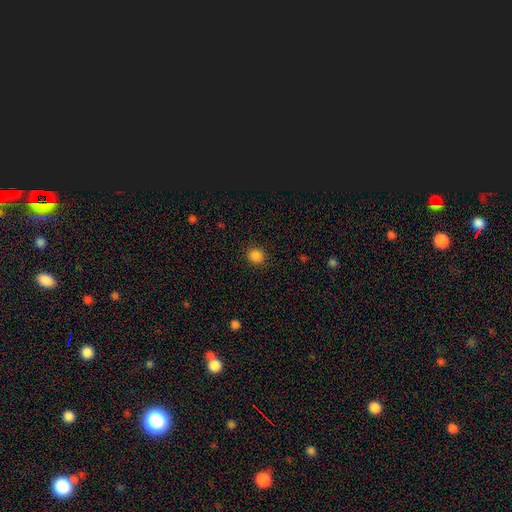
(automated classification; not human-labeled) Smooth or featured? Predicted: smooth (p=0.86). How rounded? Predicted: round (p=0.82). Merging? Predicted: none (p=0.89).